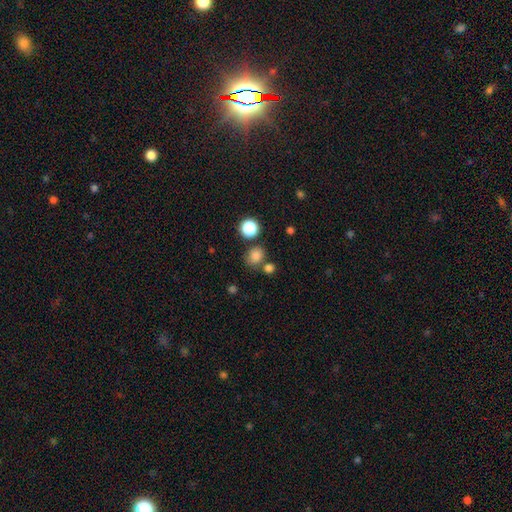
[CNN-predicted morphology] Smooth or featured: smooth — 80% (star or artifact — 15%)
How rounded: round — 76% (in between — 23%)
Merging: none — 69% (merger — 15%)